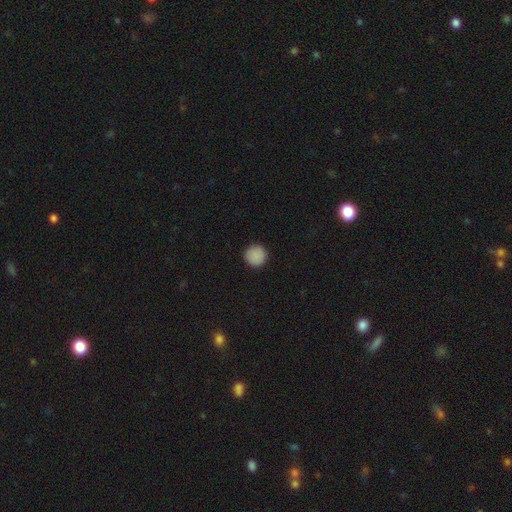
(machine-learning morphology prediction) The model was most divided on "smooth or featured": smooth: 88%, star or artifact: 9%, featured or disk: 3%. More confident: how rounded — round (95%); merging — none (92%).